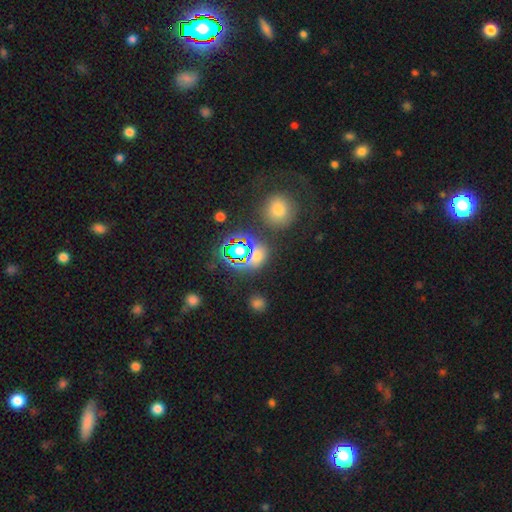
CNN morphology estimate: star or artifact 48%, smooth 43%, featured or disk 9%.